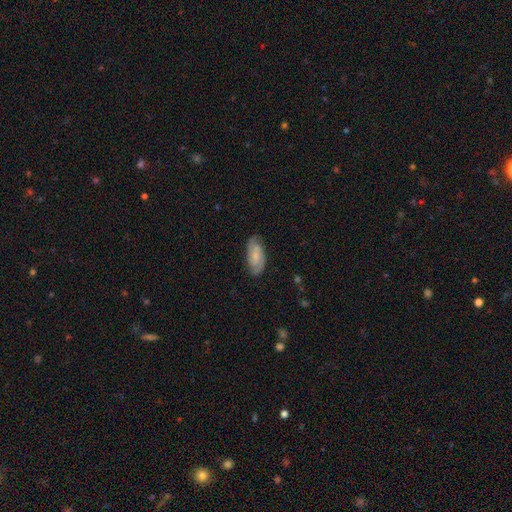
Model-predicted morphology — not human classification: This appears to be a featured or disk galaxy (71%) with a weak bar (47%), 2 (86%) medium (44%) spiral arms (94%) and a small central bulge (53%). Merging: none (81%).